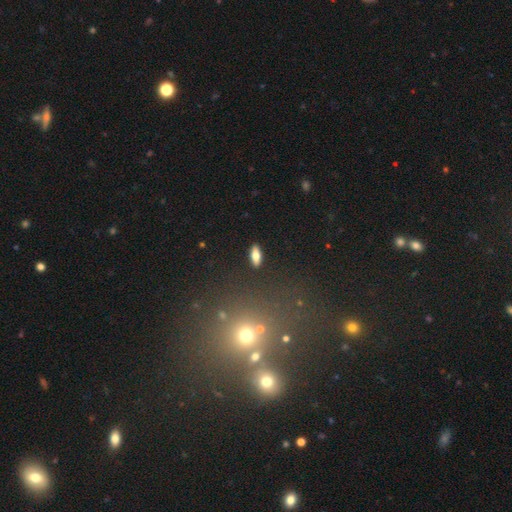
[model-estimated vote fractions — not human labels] A smooth galaxy with no disk features (75%) that is in between round and cigar-shaped (72%).

Vote fractions:
- Smooth or featured? smooth: 75% / featured or disk: 17% / star or artifact: 8%
- How rounded? in between: 72% / cigar-shaped: 25% / round: 3%
- Merging? none: 89% / minor disturbance: 7% / major disturbance: 2% / merger: 2%